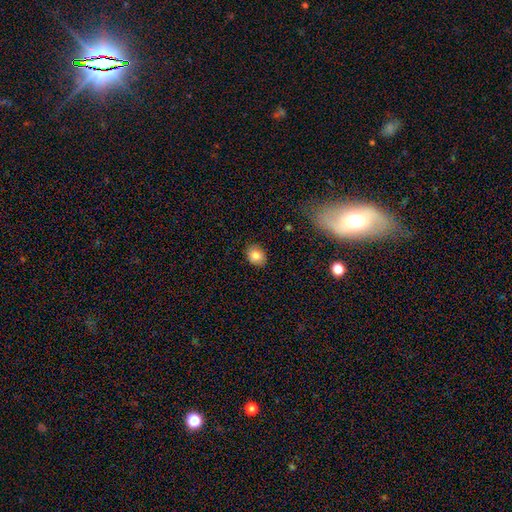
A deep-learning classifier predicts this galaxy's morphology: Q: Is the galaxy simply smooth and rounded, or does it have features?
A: smooth — 83%.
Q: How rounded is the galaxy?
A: round — 54%.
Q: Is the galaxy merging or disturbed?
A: none — 88%.